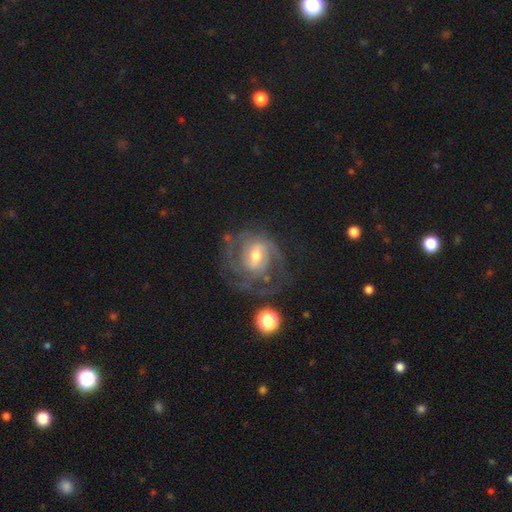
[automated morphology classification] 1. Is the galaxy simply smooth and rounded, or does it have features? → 84% featured or disk, 9% smooth, 7% star or artifact.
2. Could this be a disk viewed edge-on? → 97% no, 3% yes.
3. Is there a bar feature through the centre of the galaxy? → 52% weak, 32% no, 16% strong.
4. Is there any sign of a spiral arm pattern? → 92% yes, 8% no.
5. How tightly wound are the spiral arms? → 52% tight, 37% medium, 11% loose.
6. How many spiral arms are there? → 34% can't tell, 32% 2, 19% 3, 6% 4, 5% 1, 4% more than 4.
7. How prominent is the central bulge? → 60% moderate, 33% small, 5% large, 1% none, 1% dominant.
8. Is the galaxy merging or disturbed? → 62% none, 18% minor disturbance, 17% major disturbance, 3% merger.